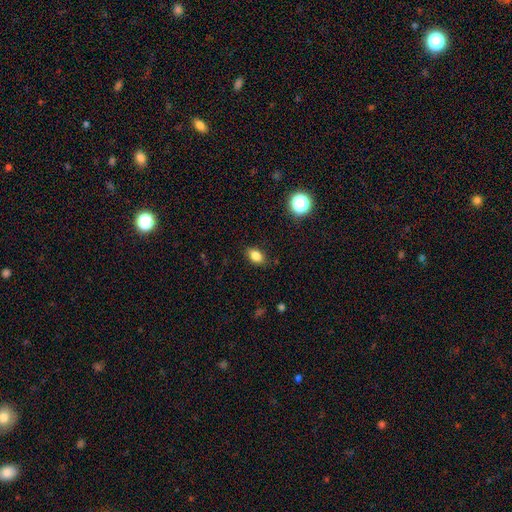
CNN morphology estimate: type=smooth (83%); roundness=in between (84%); merging=none (86%).